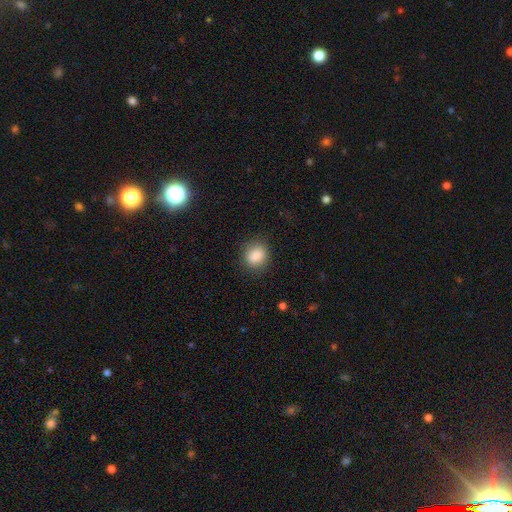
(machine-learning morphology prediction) The model was most divided on "how rounded": round: 63%, in between: 36%, cigar-shaped: 1%. More confident: smooth or featured — smooth (86%); merging — none (84%).